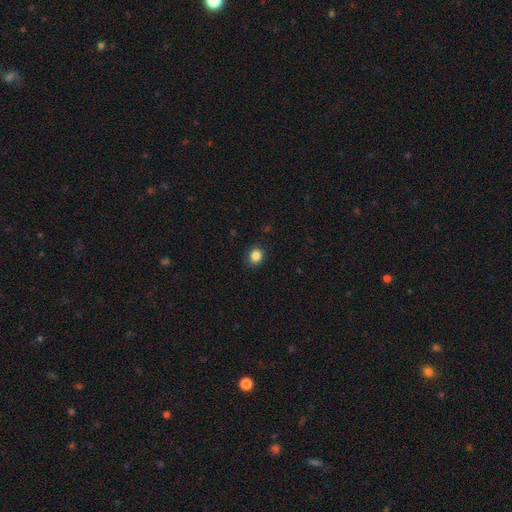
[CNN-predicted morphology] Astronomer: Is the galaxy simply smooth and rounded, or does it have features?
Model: smooth — 86%.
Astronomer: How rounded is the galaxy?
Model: round — 75%.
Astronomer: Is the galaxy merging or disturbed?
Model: none — 88%.